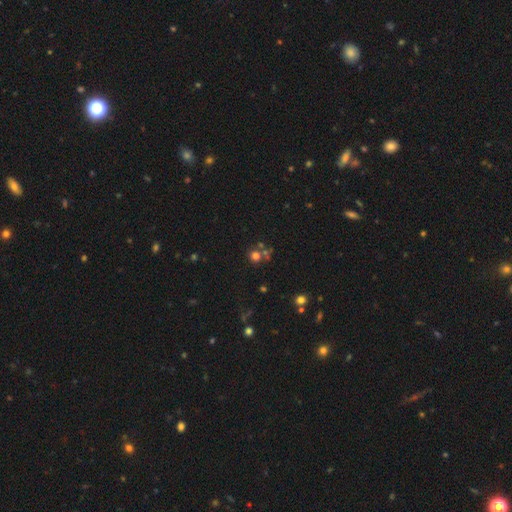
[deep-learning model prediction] This appears to be a smooth galaxy with no disk features (67%) that is round (87%). Merging: none (61%).